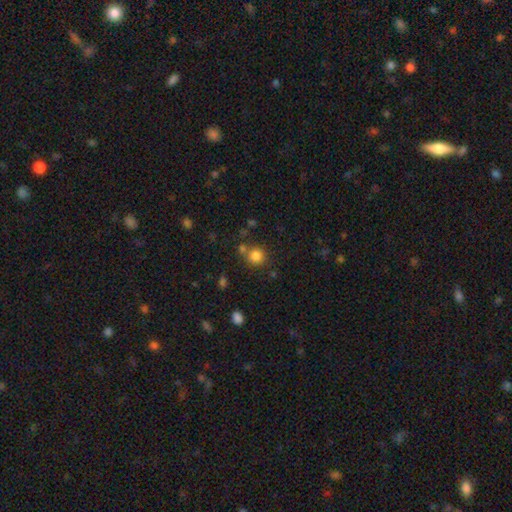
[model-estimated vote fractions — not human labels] Overall: smooth (82%). How rounded: round (91%). Merging: none (72%).